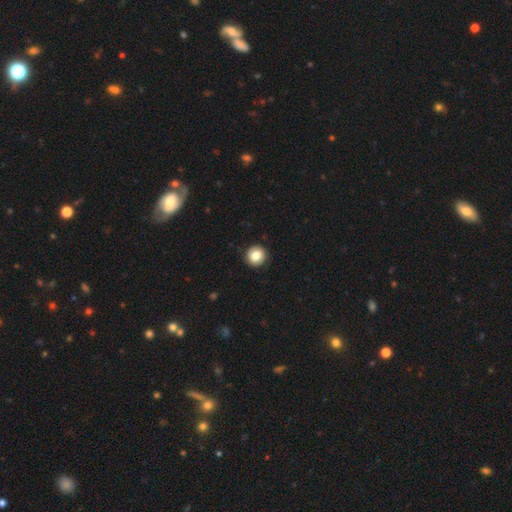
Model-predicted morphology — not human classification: This is clearly a smooth galaxy (81%). How rounded: clearly round (92%). Merging: clearly none (90%).